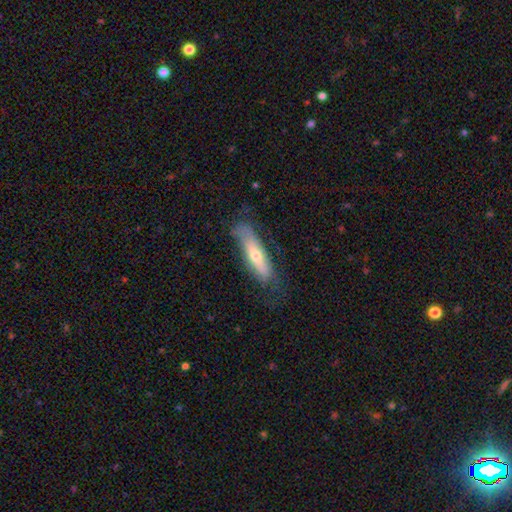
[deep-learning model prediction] Smooth or featured?
  - smooth: 51% *
  - featured or disk: 42%
  - star or artifact: 7%
How rounded?
  - cigar-shaped: 64% *
  - in between: 35%
  - round: 2%
Merging?
  - none: 62% *
  - minor disturbance: 25%
  - major disturbance: 11%
  - merger: 2%